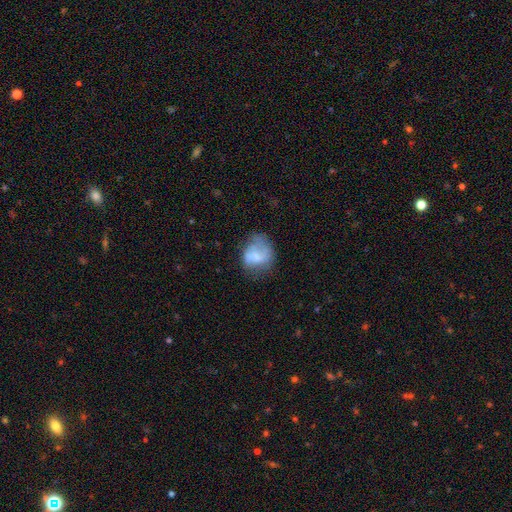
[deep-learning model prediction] The model was most divided on "merging": none: 42%, minor disturbance: 31%, major disturbance: 24%, merger: 3%. More confident: smooth or featured — smooth (60%); how rounded — round (55%).